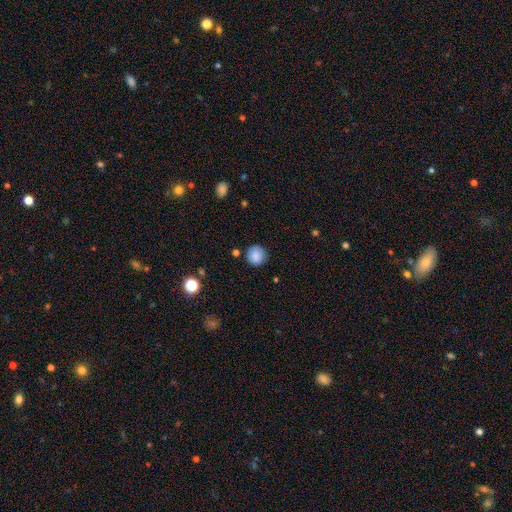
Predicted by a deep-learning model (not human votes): Smooth or featured?
  - smooth: 85% *
  - star or artifact: 9%
  - featured or disk: 6%
How rounded?
  - round: 91% *
  - in between: 8%
  - cigar-shaped: 1%
Merging?
  - none: 82% *
  - minor disturbance: 13%
  - major disturbance: 3%
  - merger: 2%